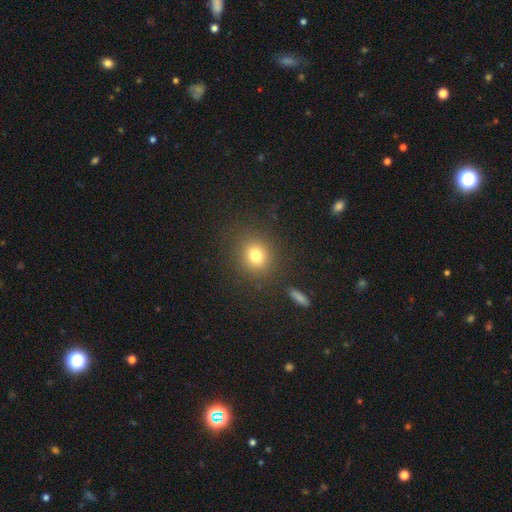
A smooth galaxy with no disk features (85%) that is round (79%). Merging: none (89%).